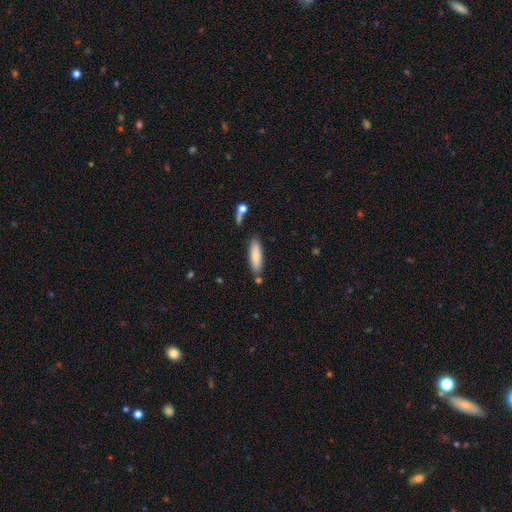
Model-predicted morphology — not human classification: A smooth galaxy with no disk features (83%) that is cigar-shaped (63%).

Vote fractions:
- Smooth or featured? smooth: 83% / featured or disk: 11% / star or artifact: 6%
- How rounded? cigar-shaped: 63% / in between: 35% / round: 1%
- Merging? none: 79% / minor disturbance: 12% / merger: 6% / major disturbance: 3%